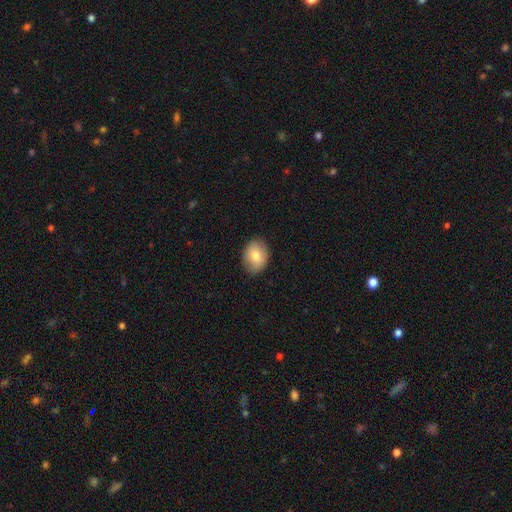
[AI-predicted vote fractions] smooth 77%, featured or disk 16%, star or artifact 7%. Down the decision tree: how rounded — in between (63%); merging — none (85%).